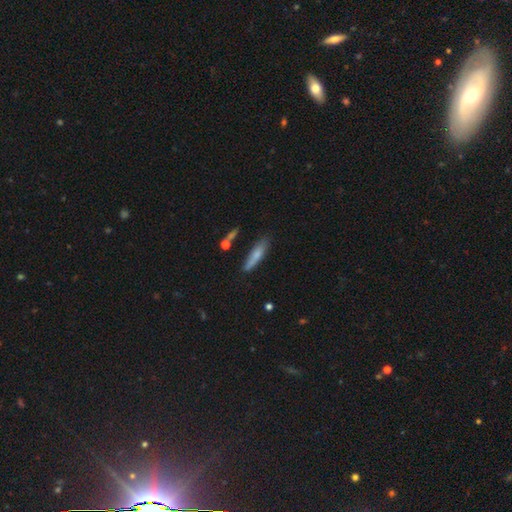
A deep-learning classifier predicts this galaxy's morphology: Smooth or featured? Predicted: smooth (p=0.70). How rounded? Predicted: cigar-shaped (p=0.82). Merging? Predicted: none (p=0.74).